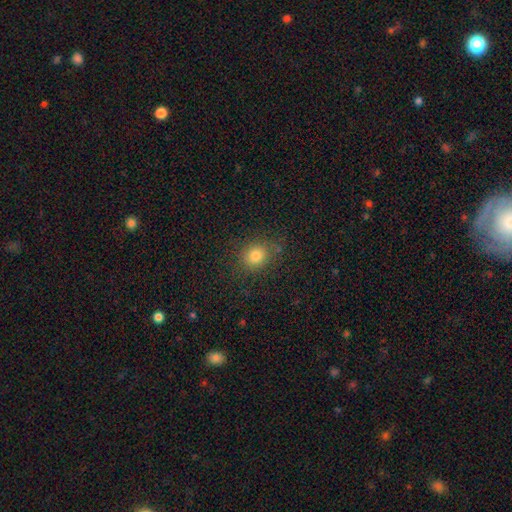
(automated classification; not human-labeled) This appears to be a smooth galaxy with no disk features (80%) that is round (67%). Merging: none (81%).